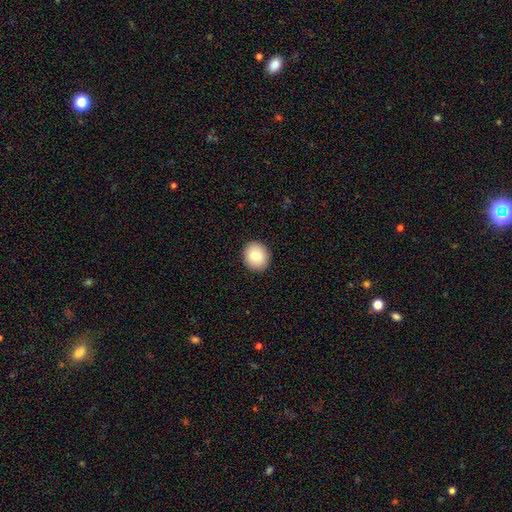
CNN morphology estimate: Smooth or featured? smooth (82%)
How rounded? round (76%)
Merging? none (92%)